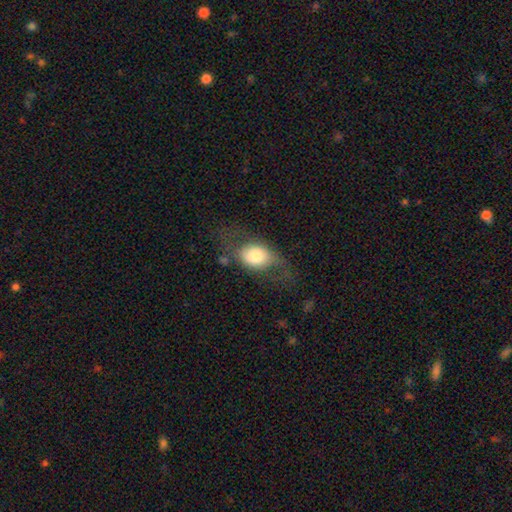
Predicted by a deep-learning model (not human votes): Smooth or featured? Predicted: smooth (p=0.62). How rounded? Predicted: in between (p=0.66). Merging? Predicted: none (p=0.49).